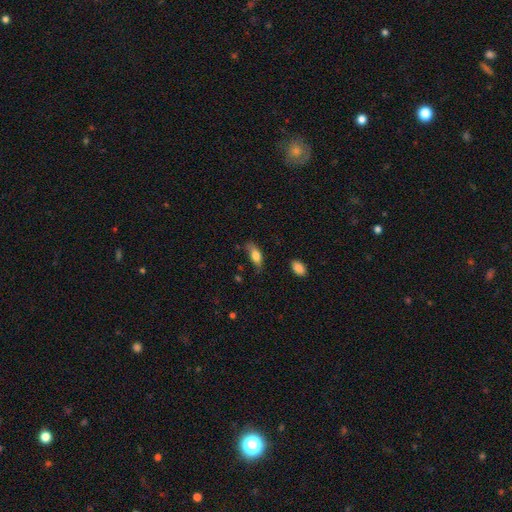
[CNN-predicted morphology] smooth_or_featured: smooth (p=0.78) [alt: featured or disk p=0.15]
how_rounded: in between (p=0.79) [alt: cigar-shaped p=0.18]
merging: none (p=0.60) [alt: minor disturbance p=0.29]